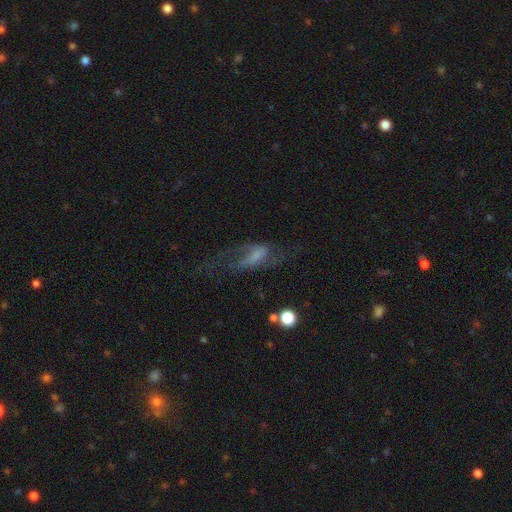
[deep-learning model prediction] featured or disk 62%, smooth 27%, star or artifact 11%. Down the decision tree: edge-on disk — no (89%); bar — weak (37%); spiral arms — yes (76%); bulge size — none (47%); merging — none (42%).